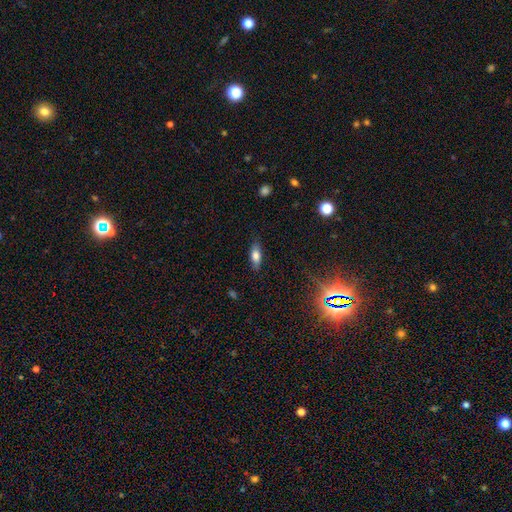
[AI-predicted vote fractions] This appears to be a smooth galaxy with no disk features (75%) that is in between round and cigar-shaped (73%). Merging: none (83%).